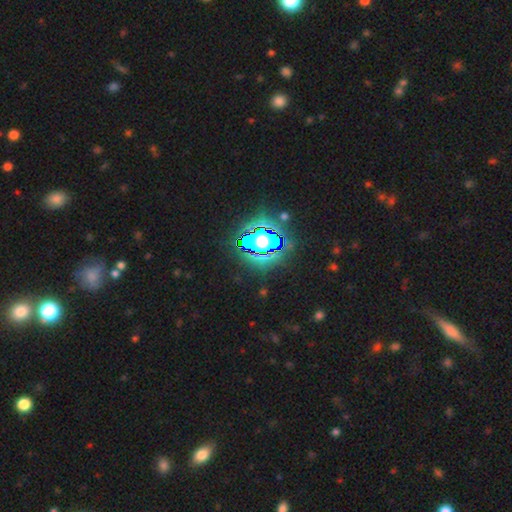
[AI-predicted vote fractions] This is likely a star or artifact rather than a galaxy (73%).